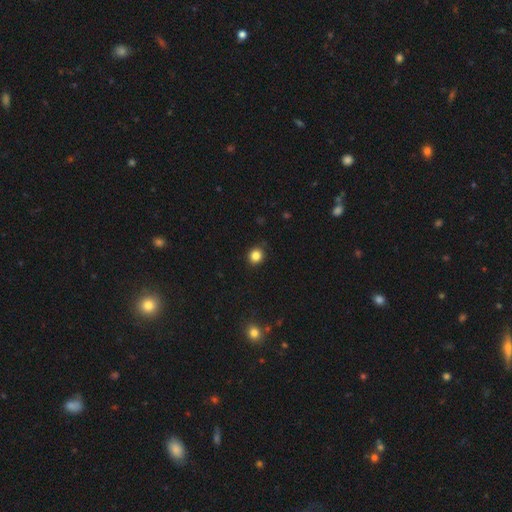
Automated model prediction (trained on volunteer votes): This appears to be a smooth galaxy with no disk features (84%) that is round (83%). Merging: none (88%).